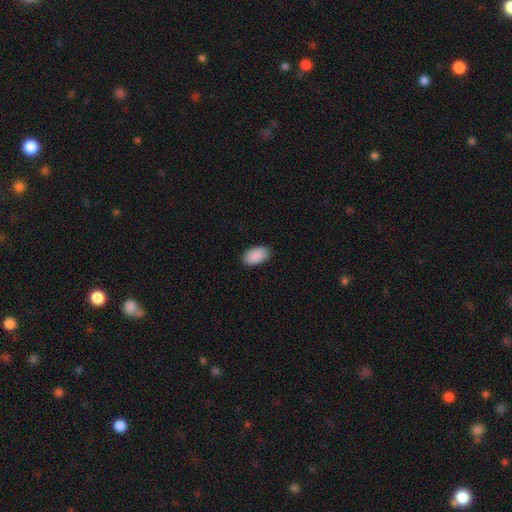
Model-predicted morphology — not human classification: type=smooth (91%); roundness=in between (95%); merging=none (89%).